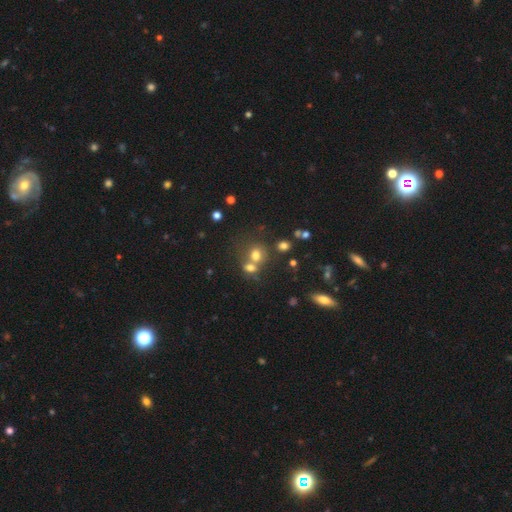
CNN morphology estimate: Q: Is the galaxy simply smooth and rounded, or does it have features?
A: smooth — 69%.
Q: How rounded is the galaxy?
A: round — 65%.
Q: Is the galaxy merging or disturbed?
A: merger — 50%.